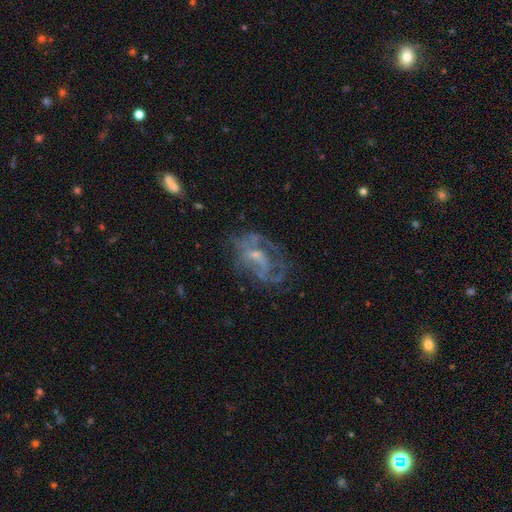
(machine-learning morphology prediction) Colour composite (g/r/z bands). It shows a featured or disk galaxy (74%) with no bar (53%), spiral arms (65%) and a small central bulge (61%). Merging: none (51%).